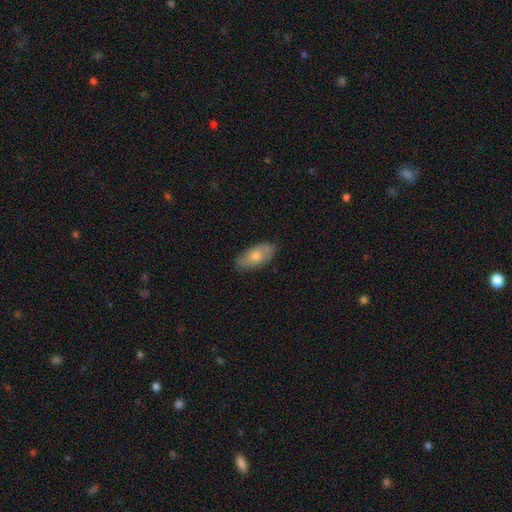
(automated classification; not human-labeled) This appears to be a smooth galaxy with no disk features (62%) that is in between round and cigar-shaped (89%). Merging: none (84%).